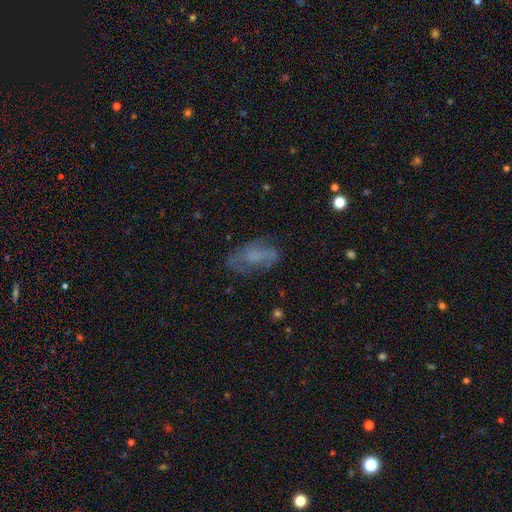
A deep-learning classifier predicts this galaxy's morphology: Smooth or featured? Predicted: featured or disk (p=0.46). Merging? Predicted: none (p=0.54).